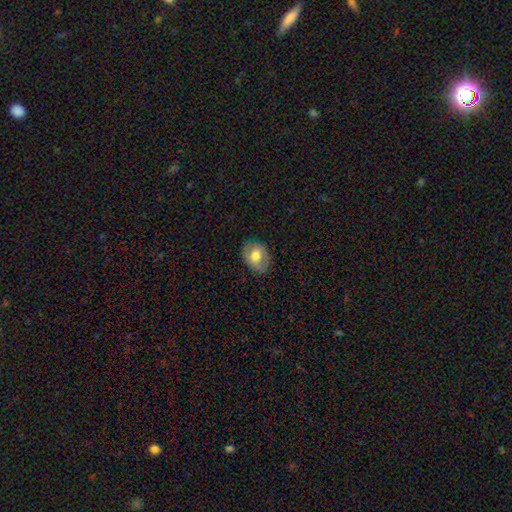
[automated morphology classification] The model was most divided on "how rounded": in between: 67%, round: 32%, cigar-shaped: 1%. More confident: merging — none (79%); smooth or featured — smooth (66%).